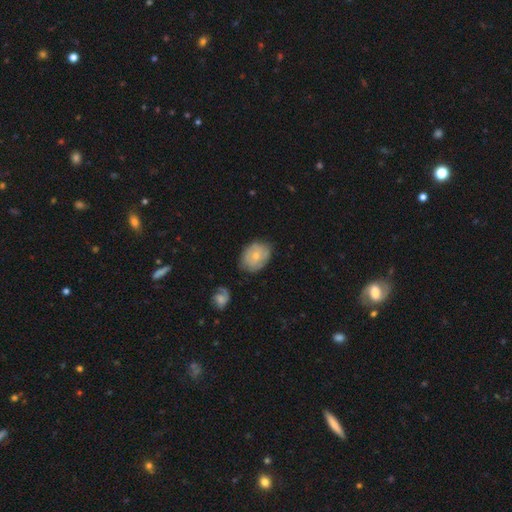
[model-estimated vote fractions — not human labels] This is possibly a smooth galaxy (53%). How rounded: likely in between (63%). Merging: likely none (67%).